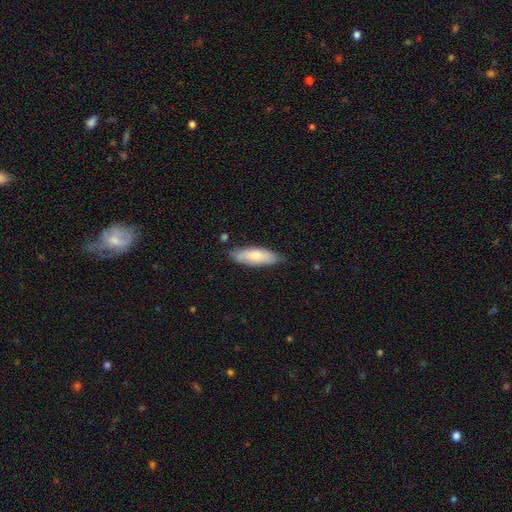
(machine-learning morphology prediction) smooth-or-featured: smooth: 70% | featured or disk: 25% | star or artifact: 6%
  how-rounded: in between: 56% | cigar-shaped: 42% | round: 2%
  merging: none: 74% | minor disturbance: 21% | major disturbance: 3% | merger: 2%